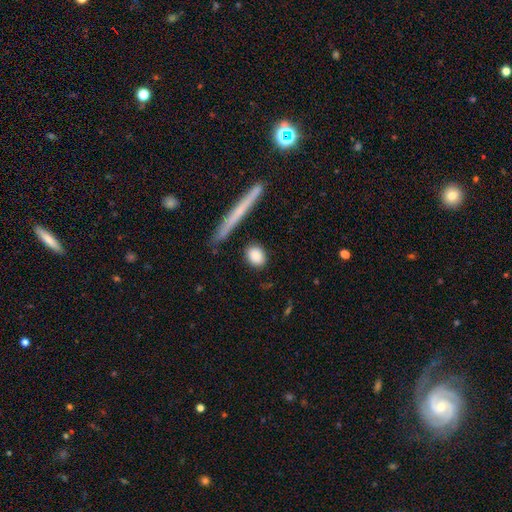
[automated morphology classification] type=smooth (86%); roundness=in between (47%); merging=none (84%).